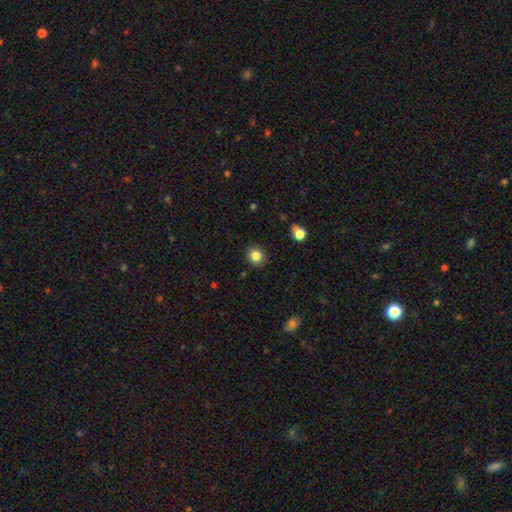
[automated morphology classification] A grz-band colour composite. It shows a smooth galaxy with no disk features (84%) that is round (85%). Merging: none (88%).